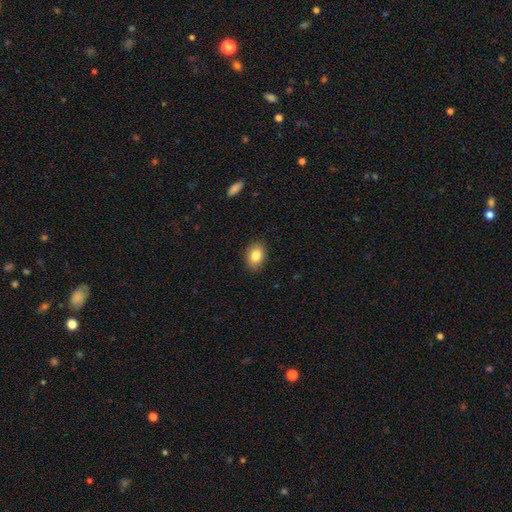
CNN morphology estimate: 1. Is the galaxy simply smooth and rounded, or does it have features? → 85% smooth, 8% star or artifact, 7% featured or disk.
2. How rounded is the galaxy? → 77% in between, 22% round, 1% cigar-shaped.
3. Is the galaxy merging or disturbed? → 88% none, 9% minor disturbance, 2% major disturbance, 1% merger.